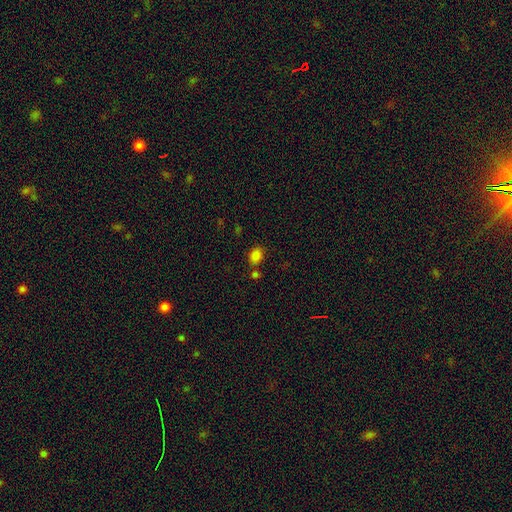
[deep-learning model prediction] Smooth or featured: smooth — 82% (star or artifact — 13%)
How rounded: in between — 62% (round — 37%)
Merging: none — 71% (merger — 14%)